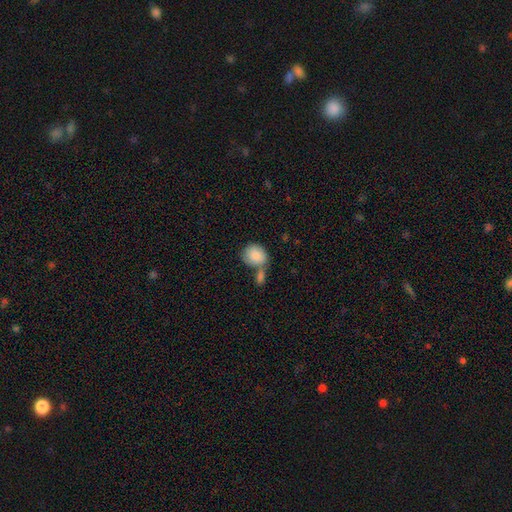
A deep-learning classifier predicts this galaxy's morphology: The model was most divided on "merging" (2-way tie): merger: 40%, none: 40%, minor disturbance: 14%, major disturbance: 6%. More confident: smooth or featured — smooth (86%); how rounded — round (59%).